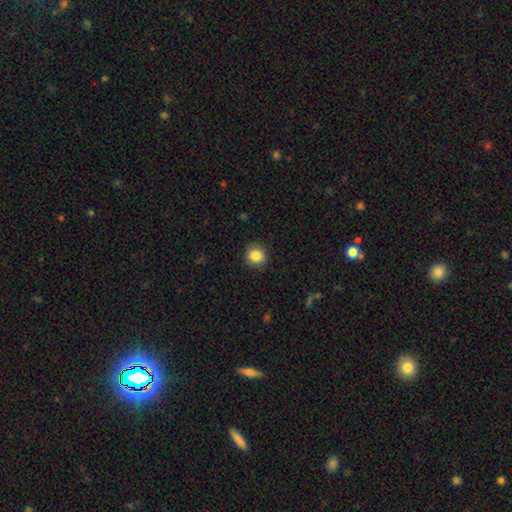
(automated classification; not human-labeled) Q: Smooth or featured?
A: smooth (86%); runner-up: star or artifact (9%)
Q: How rounded?
A: round (87%); runner-up: in between (12%)
Q: Merging?
A: none (90%); runner-up: minor disturbance (7%)